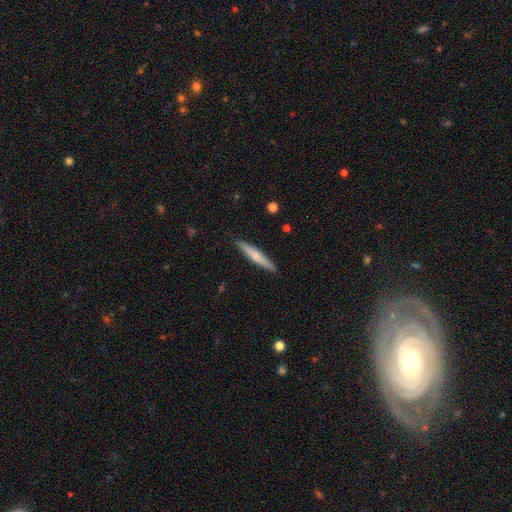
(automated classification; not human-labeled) Smooth or featured?
  - smooth: 57% *
  - featured or disk: 38%
  - star or artifact: 5%
How rounded?
  - cigar-shaped: 93% *
  - in between: 6%
  - round: 1%
Merging?
  - none: 90% *
  - minor disturbance: 8%
  - major disturbance: 1%
  - merger: 1%